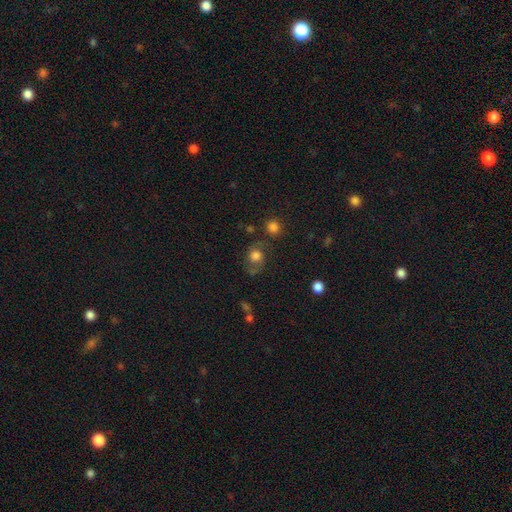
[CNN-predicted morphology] A smooth galaxy with no disk features (64%) that is round (72%). Merging: none (59%).